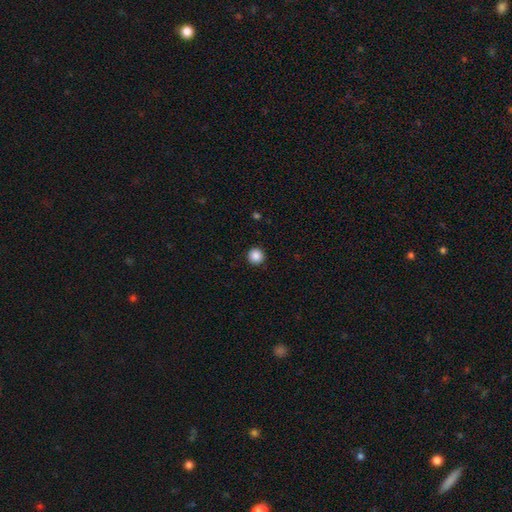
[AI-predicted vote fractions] A smooth galaxy with no disk features (88%) that is round (96%).

Vote fractions:
- Smooth or featured? smooth: 88% / star or artifact: 10% / featured or disk: 3%
- How rounded? round: 96% / in between: 3% / cigar-shaped: 1%
- Merging? none: 93% / minor disturbance: 5% / major disturbance: 2% / merger: 1%